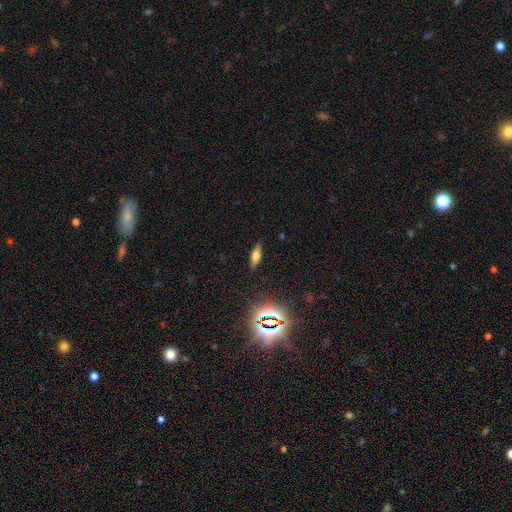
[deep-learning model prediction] Smooth or featured? Predicted: smooth (p=0.67). How rounded? Predicted: in between (p=0.62). Merging? Predicted: none (p=0.86).